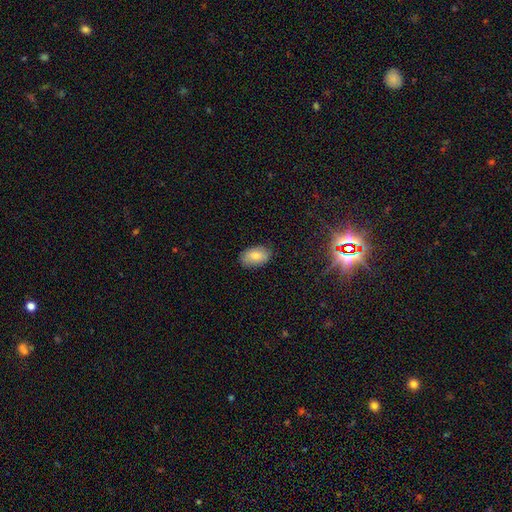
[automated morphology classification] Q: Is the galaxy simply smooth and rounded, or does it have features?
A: smooth — 81%.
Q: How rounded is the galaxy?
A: in between — 92%.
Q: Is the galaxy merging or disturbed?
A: none — 84%.